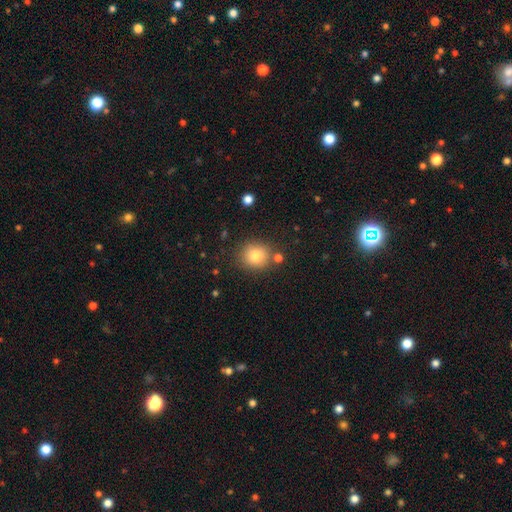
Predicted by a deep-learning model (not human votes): Smooth or featured? smooth (79%)
How rounded? round (80%)
Merging? none (80%)